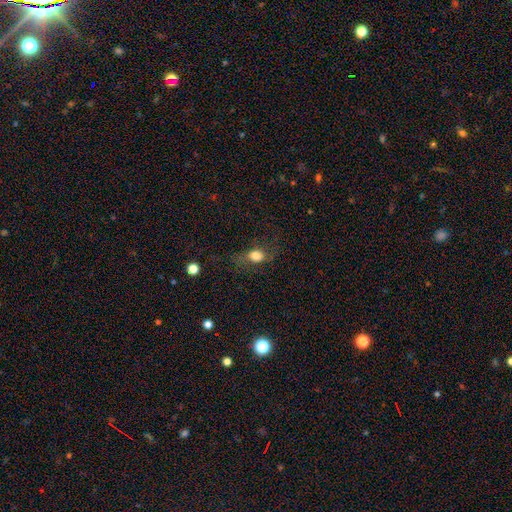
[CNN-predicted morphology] Smooth or featured: smooth — 71% (featured or disk — 17%)
How rounded: in between — 65% (round — 31%)
Merging: none — 52% (major disturbance — 24%)